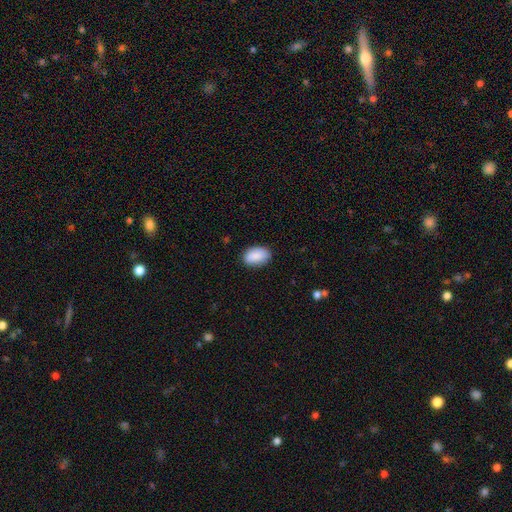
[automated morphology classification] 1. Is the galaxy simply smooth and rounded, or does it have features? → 88% smooth, 7% star or artifact, 5% featured or disk.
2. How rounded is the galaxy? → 91% in between, 7% round, 1% cigar-shaped.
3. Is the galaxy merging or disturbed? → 83% none, 13% minor disturbance, 2% major disturbance, 1% merger.